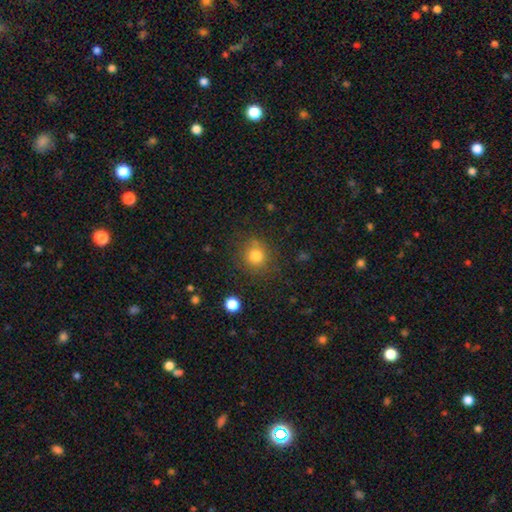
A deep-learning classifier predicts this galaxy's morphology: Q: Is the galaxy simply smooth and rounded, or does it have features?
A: smooth — 79%.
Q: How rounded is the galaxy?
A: round — 87%.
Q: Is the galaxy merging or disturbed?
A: none — 80%.